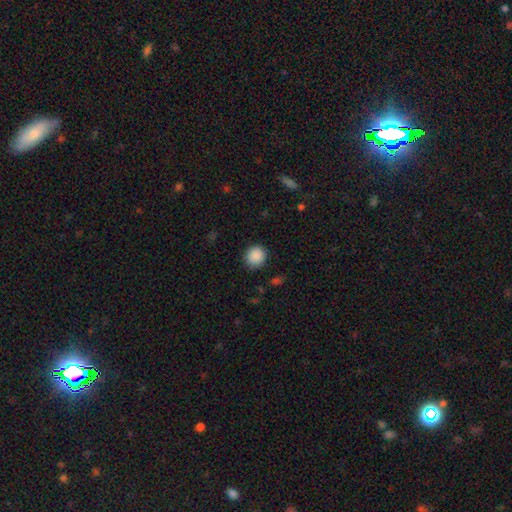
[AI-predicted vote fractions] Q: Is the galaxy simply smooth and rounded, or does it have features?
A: smooth — 89%.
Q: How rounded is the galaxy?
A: round — 87%.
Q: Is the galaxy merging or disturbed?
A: none — 87%.